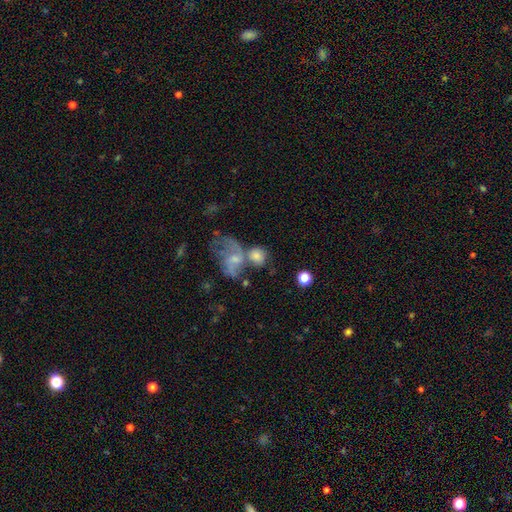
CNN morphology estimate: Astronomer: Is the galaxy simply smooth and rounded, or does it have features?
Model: smooth — 51% (runner-up: featured or disk, 36%).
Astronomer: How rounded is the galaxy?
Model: round — 59% (runner-up: in between, 39%).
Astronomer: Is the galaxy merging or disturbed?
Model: merger — 45% (runner-up: none, 30%).